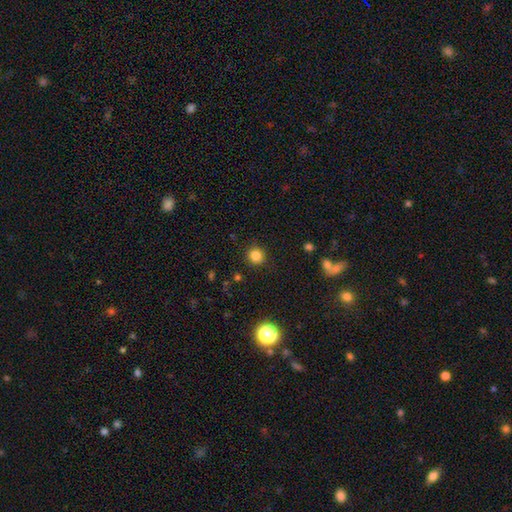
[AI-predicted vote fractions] This appears to be a smooth galaxy with no disk features (83%) that is round (93%). Merging: none (91%).